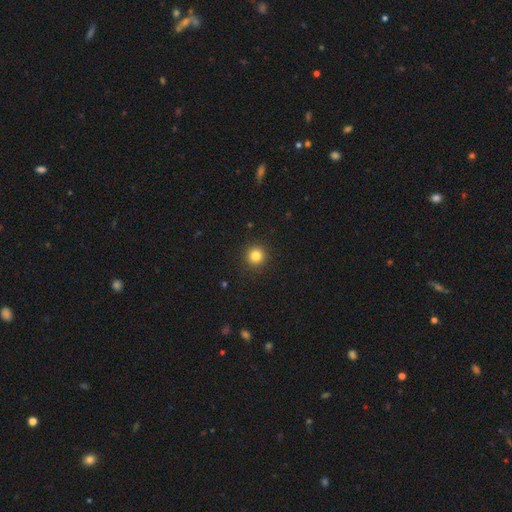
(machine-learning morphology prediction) This appears to be a smooth galaxy with no disk features (83%) that is round (95%). Merging: none (92%).